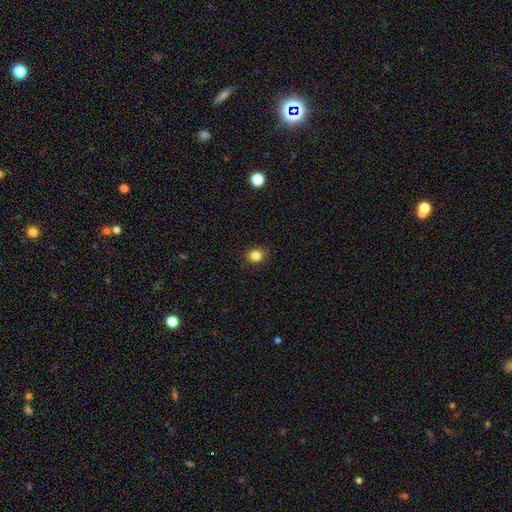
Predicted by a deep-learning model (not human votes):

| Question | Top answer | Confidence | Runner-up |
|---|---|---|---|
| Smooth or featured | smooth | 84% | star or artifact (12%) |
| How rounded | round | 73% | in between (26%) |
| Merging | none | 89% | minor disturbance (8%) |